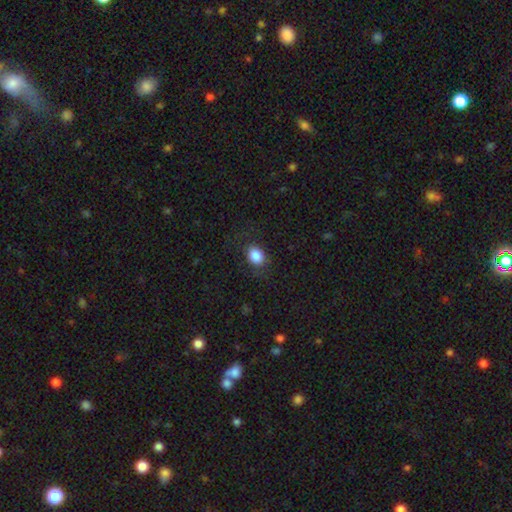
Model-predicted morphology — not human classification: smooth-or-featured: smooth: 86% | star or artifact: 8% | featured or disk: 6%
  how-rounded: in between: 61% | round: 38% | cigar-shaped: 1%
  merging: none: 78% | minor disturbance: 14% | major disturbance: 7% | merger: 1%